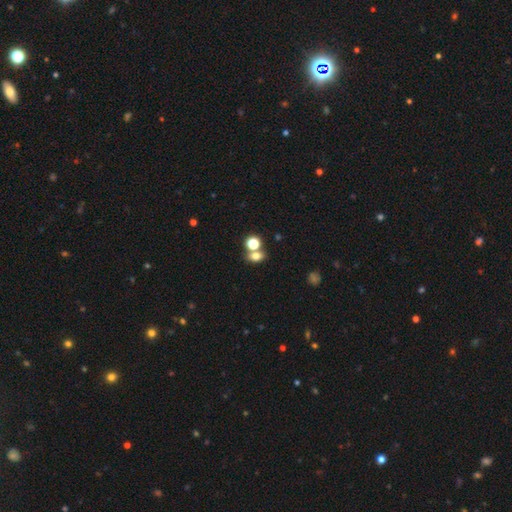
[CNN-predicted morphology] type=smooth (71%); roundness=in between (60%); merging=none (54%).